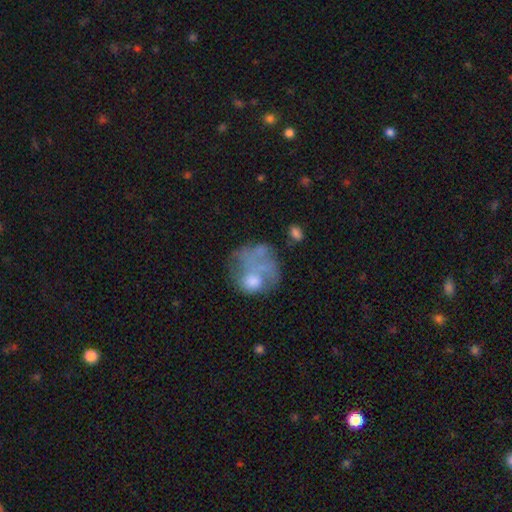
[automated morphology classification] Q: Smooth or featured?
A: smooth (48%); runner-up: featured or disk (42%)
Q: Merging?
A: major disturbance (39%); runner-up: none (28%)